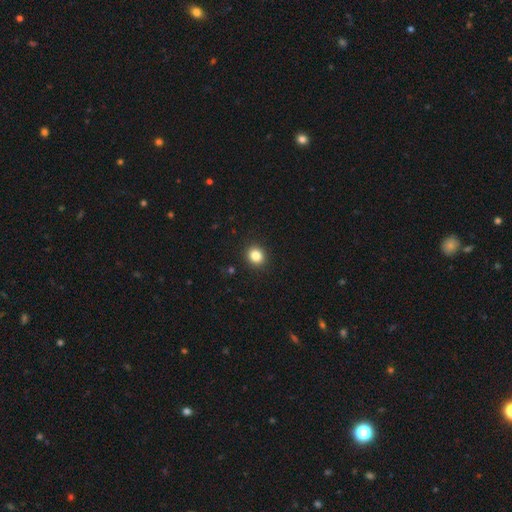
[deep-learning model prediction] Smooth or featured?
  - smooth: 84% *
  - star or artifact: 11%
  - featured or disk: 5%
How rounded?
  - round: 78% *
  - in between: 21%
  - cigar-shaped: 1%
Merging?
  - none: 92% *
  - minor disturbance: 5%
  - major disturbance: 2%
  - merger: 1%